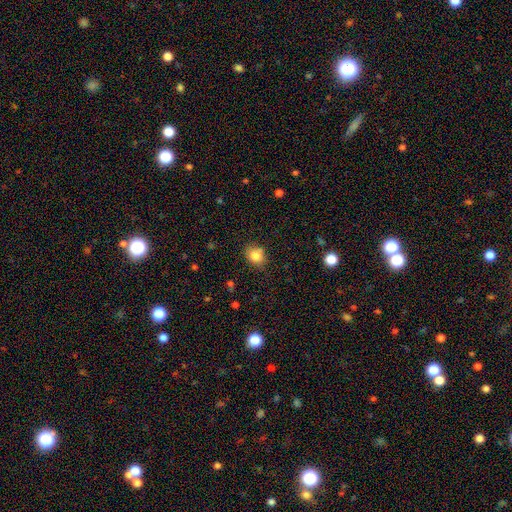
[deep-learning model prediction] smooth-or-featured: smooth: 82% | star or artifact: 11% | featured or disk: 7%
  how-rounded: round: 57% | in between: 42% | cigar-shaped: 1%
  merging: none: 75% | minor disturbance: 16% | merger: 5% | major disturbance: 4%